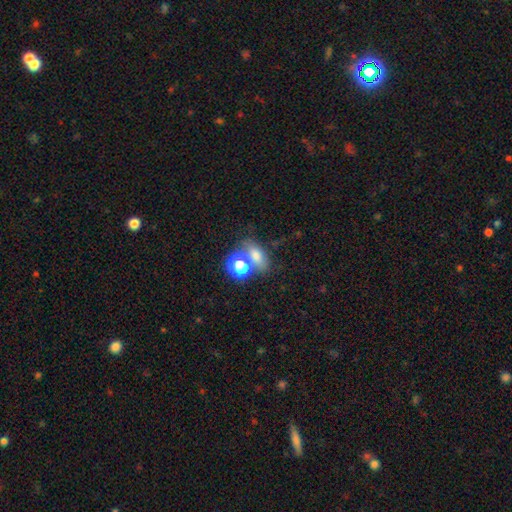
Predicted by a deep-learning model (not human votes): smooth 68%, star or artifact 19%, featured or disk 14%. Down the decision tree: how rounded — in between (64%); merging — none (53%).